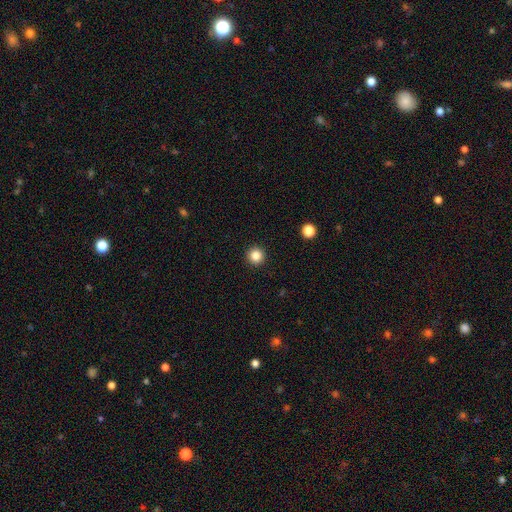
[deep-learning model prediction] Morphology: type=smooth (84%); roundness=round (96%); merging=none (94%).